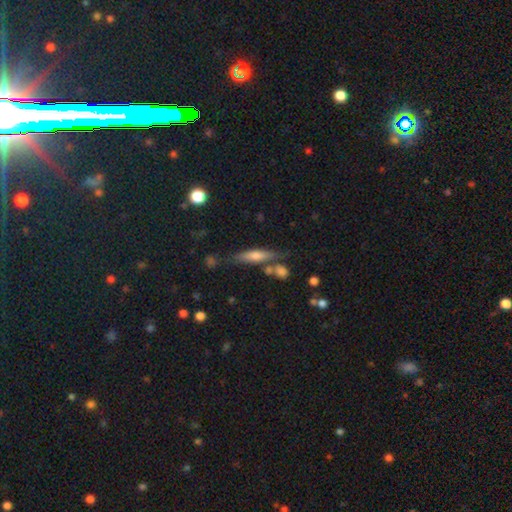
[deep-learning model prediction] Q: Smooth or featured?
A: smooth (48%); runner-up: featured or disk (44%)
Q: Merging?
A: none (70%); runner-up: minor disturbance (15%)